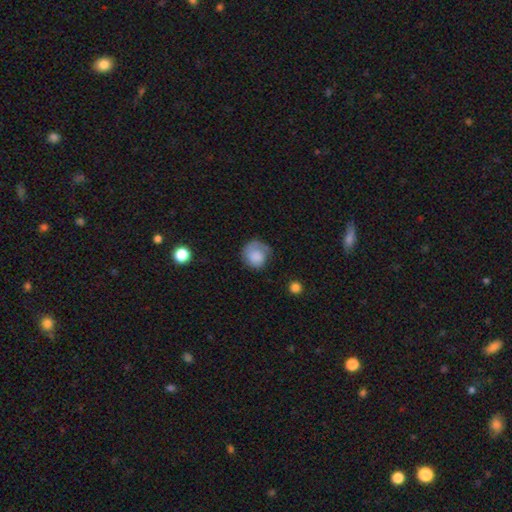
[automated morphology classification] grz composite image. It shows a smooth galaxy with no disk features (68%) that is round (78%). Merging: none (46%).